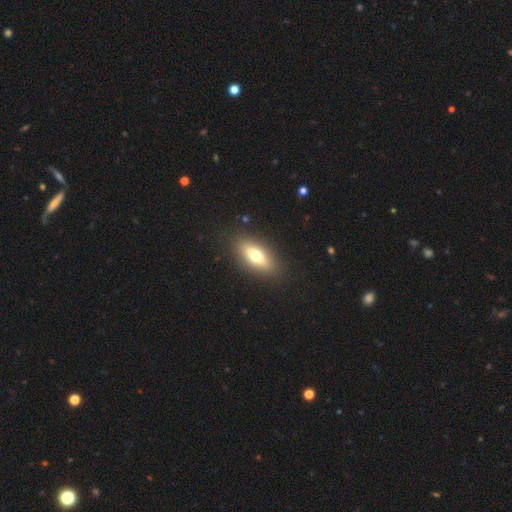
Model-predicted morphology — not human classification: A smooth galaxy with no disk features (69%) that is in between round and cigar-shaped (79%).

Vote fractions:
- Smooth or featured? smooth: 69% / featured or disk: 23% / star or artifact: 8%
- How rounded? in between: 79% / cigar-shaped: 17% / round: 4%
- Merging? none: 87% / minor disturbance: 8% / major disturbance: 3% / merger: 1%